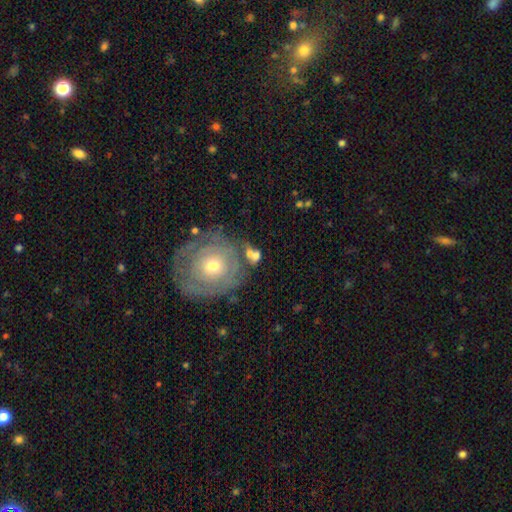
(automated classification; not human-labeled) Smooth or featured? Predicted: smooth (p=0.57). How rounded? Predicted: round (p=0.61). Merging? Predicted: none (p=0.49).